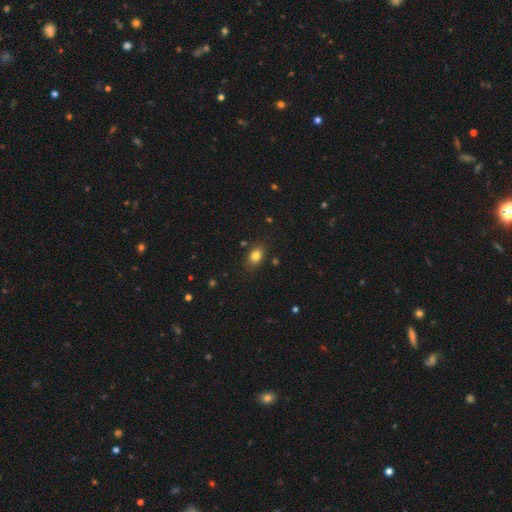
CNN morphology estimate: A smooth galaxy with no disk features (81%) that is in between round and cigar-shaped (73%). Merging: none (83%).